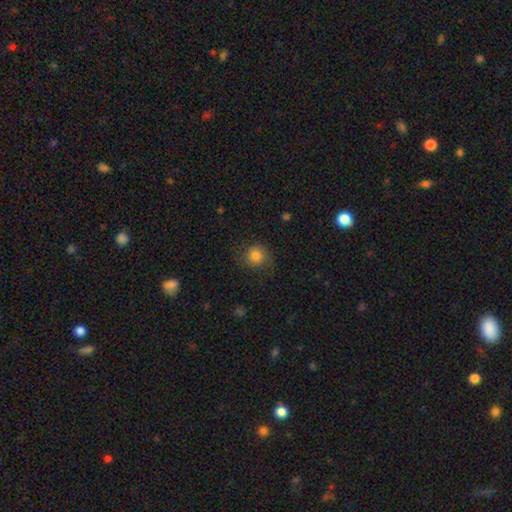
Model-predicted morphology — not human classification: Smooth or featured?
  - smooth: 81% *
  - star or artifact: 11%
  - featured or disk: 8%
How rounded?
  - round: 86% *
  - in between: 13%
  - cigar-shaped: 1%
Merging?
  - none: 74% *
  - minor disturbance: 17%
  - major disturbance: 7%
  - merger: 1%